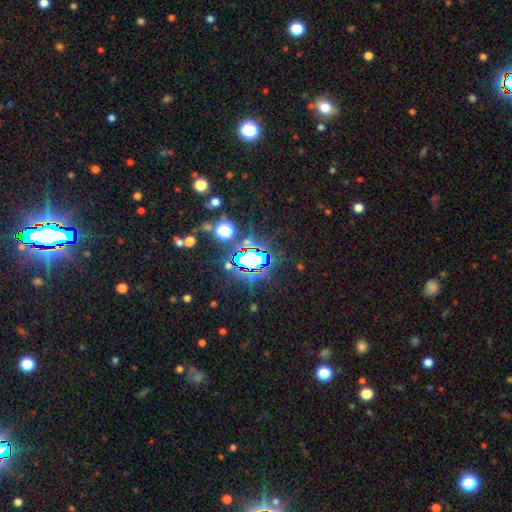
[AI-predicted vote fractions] Smooth or featured? star or artifact (84%)